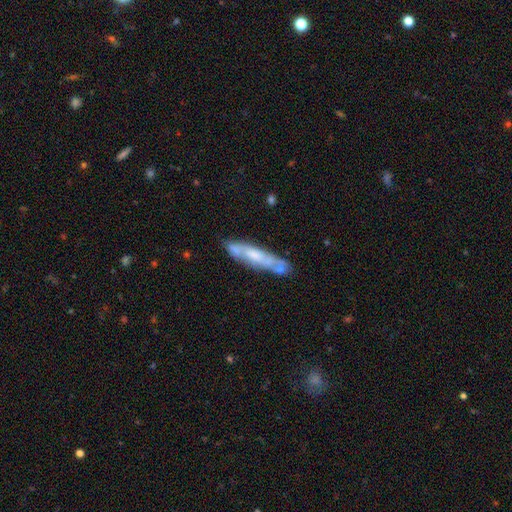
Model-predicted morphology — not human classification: A featured or disk galaxy (52%) viewed edge-on (55%). Merging: none (64%).